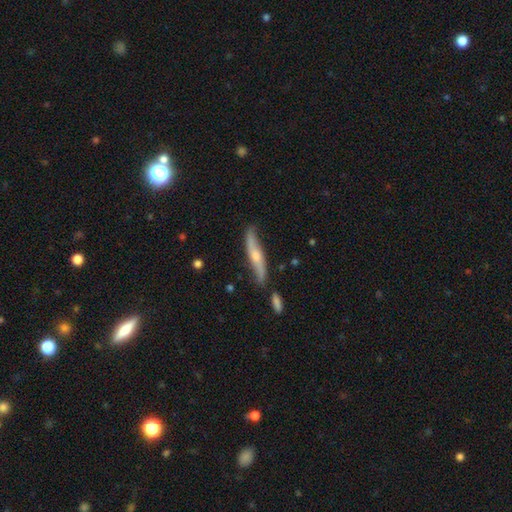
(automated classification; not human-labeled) Morphology: type=featured or disk (63%); edge-on=yes (71%); merging=none (73%).